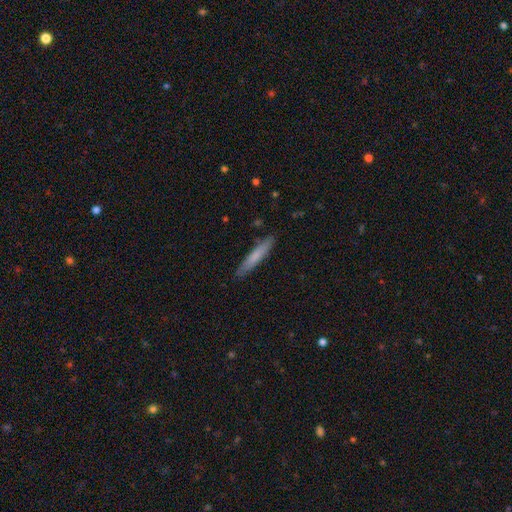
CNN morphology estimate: Q: Smooth or featured?
A: smooth (69%); runner-up: featured or disk (26%)
Q: How rounded?
A: cigar-shaped (93%); runner-up: in between (6%)
Q: Merging?
A: none (87%); runner-up: minor disturbance (10%)